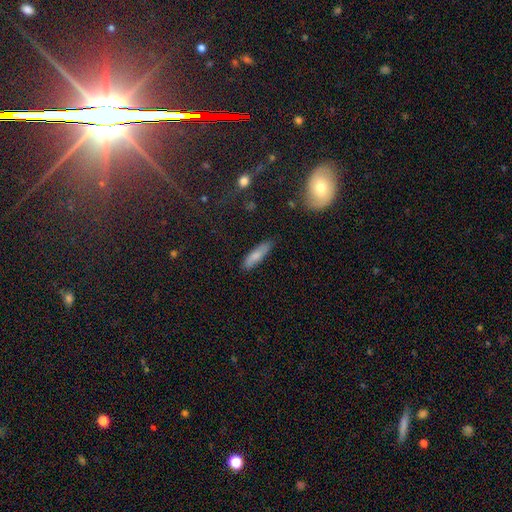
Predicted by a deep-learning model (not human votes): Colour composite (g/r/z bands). It shows a smooth galaxy with no disk features (77%) that is cigar-shaped (69%). Merging: none (81%).